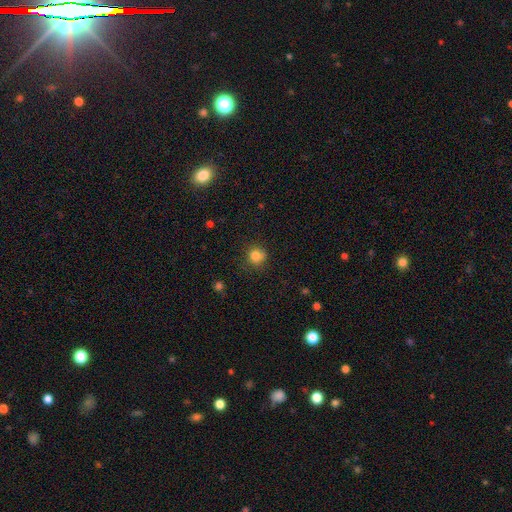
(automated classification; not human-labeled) This appears to be a smooth galaxy with no disk features (83%) that is round (86%). Merging: none (76%).